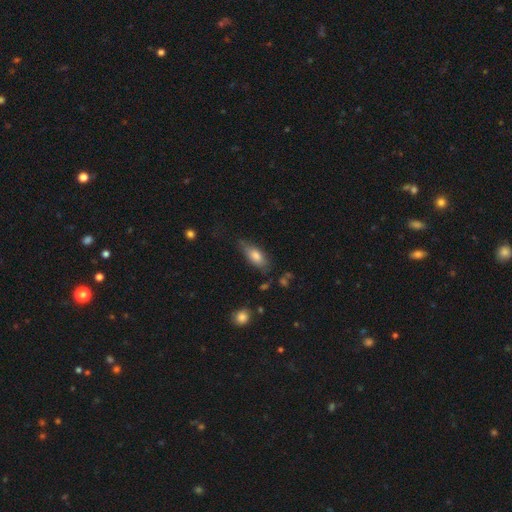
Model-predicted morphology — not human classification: Smooth or featured: smooth — 76% (featured or disk — 17%)
How rounded: in between — 79% (cigar-shaped — 19%)
Merging: none — 60% (minor disturbance — 29%)